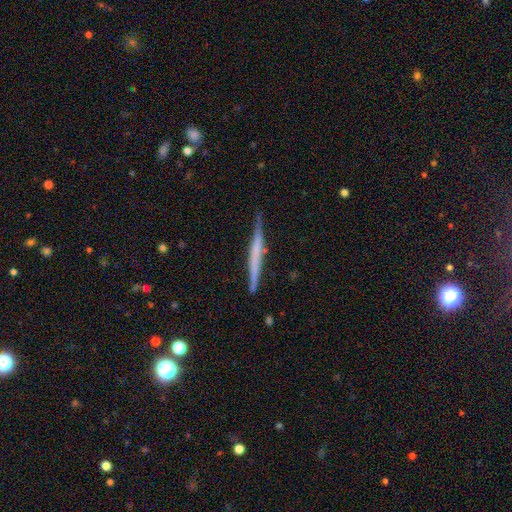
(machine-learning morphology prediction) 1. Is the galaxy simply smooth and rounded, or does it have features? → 55% featured or disk, 40% smooth, 6% star or artifact.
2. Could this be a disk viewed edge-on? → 98% yes, 2% no.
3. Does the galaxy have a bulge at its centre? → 80% none, 13% rounded, 8% boxy.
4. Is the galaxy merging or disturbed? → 87% none, 10% minor disturbance, 2% major disturbance, 2% merger.